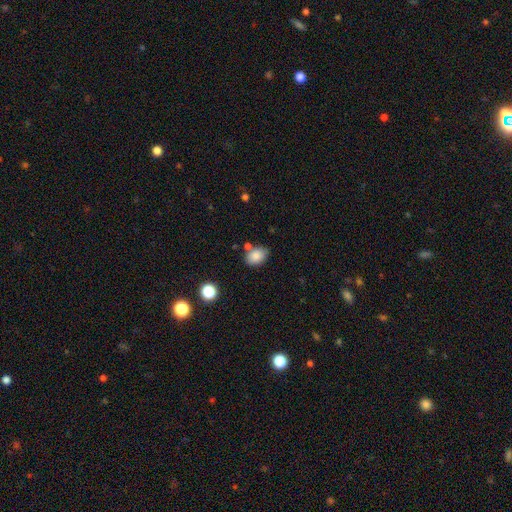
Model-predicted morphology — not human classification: type=smooth (85%); roundness=in between (75%); merging=none (71%).